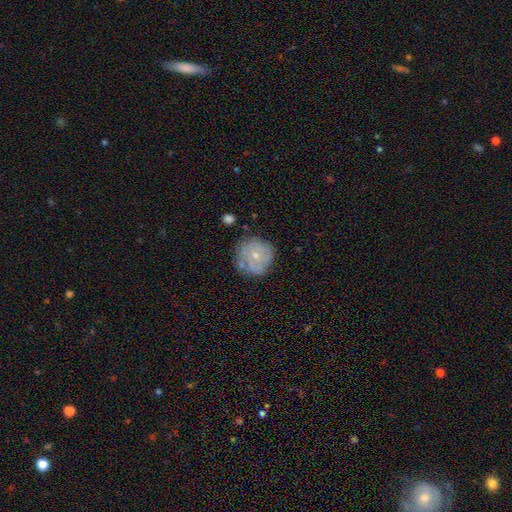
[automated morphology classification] featured or disk 61%, smooth 32%, star or artifact 7%. Down the decision tree: edge-on disk — no (98%); bar — no (79%); spiral arms — yes (74%); bulge size — small (65%); merging — none (68%).